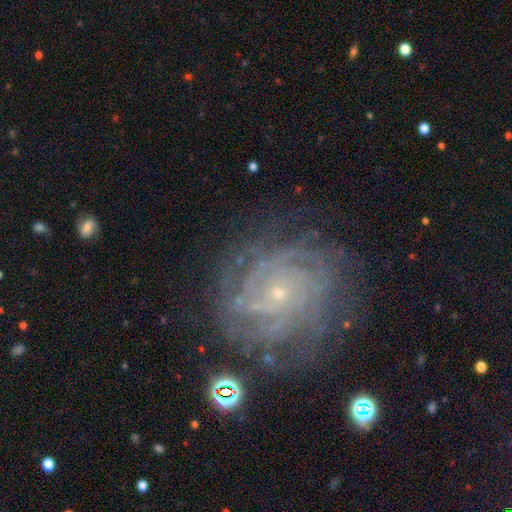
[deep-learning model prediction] Morphology: type=featured or disk (83%); edge-on=no (97%); bar=no (75%); spiral arms=yes (97%); winding=tight (78%); arm count=can't tell (30%); bulge=small (86%); merging=none (79%).